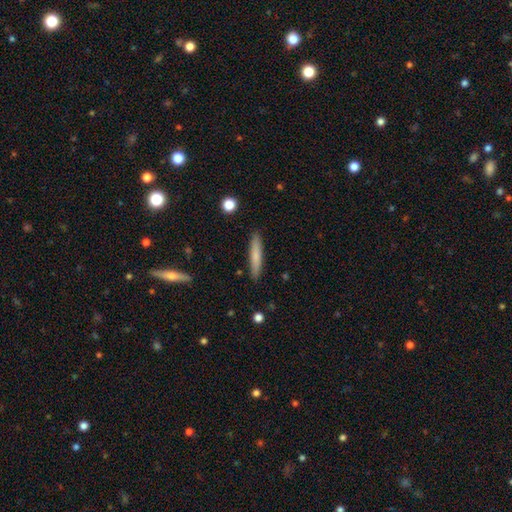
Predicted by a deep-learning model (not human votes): A smooth galaxy with no disk features (74%) that is cigar-shaped (92%).

Vote fractions:
- Smooth or featured? smooth: 74% / featured or disk: 21% / star or artifact: 6%
- How rounded? cigar-shaped: 92% / in between: 7% / round: 1%
- Merging? none: 89% / minor disturbance: 8% / major disturbance: 2% / merger: 1%